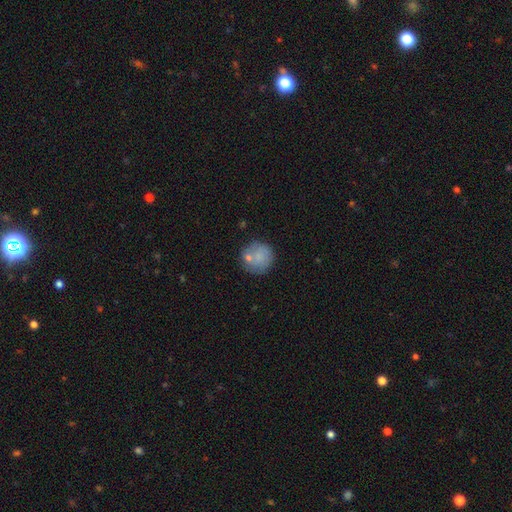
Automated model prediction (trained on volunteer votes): Overall: smooth (66%). How rounded: round (92%). Merging: none (72%).